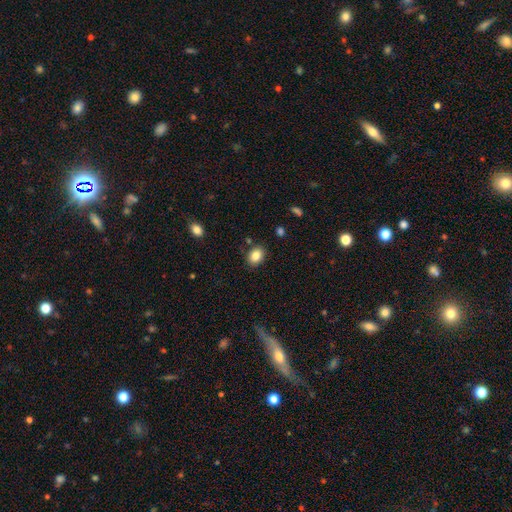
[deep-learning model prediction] Smooth or featured?
  - smooth: 84% *
  - star or artifact: 9%
  - featured or disk: 7%
How rounded?
  - in between: 66% *
  - round: 33%
  - cigar-shaped: 1%
Merging?
  - none: 85% *
  - minor disturbance: 10%
  - major disturbance: 3%
  - merger: 3%